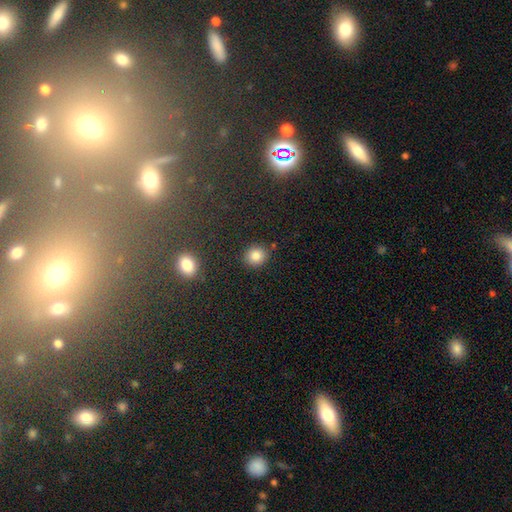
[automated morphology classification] Smooth or featured? Predicted: smooth (p=0.84). How rounded? Predicted: round (p=0.80). Merging? Predicted: none (p=0.85).